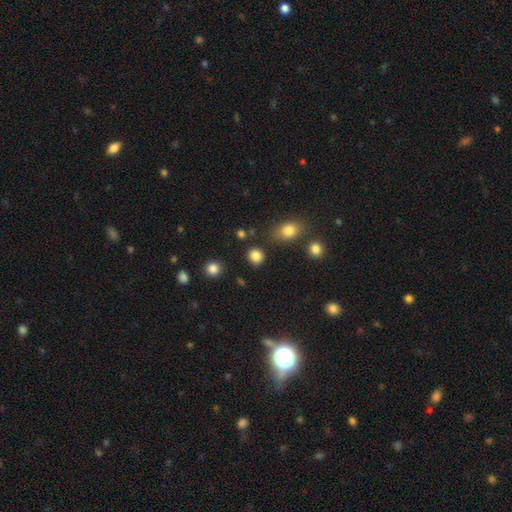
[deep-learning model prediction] Morphology: type=smooth (86%); roundness=round (80%); merging=none (84%).